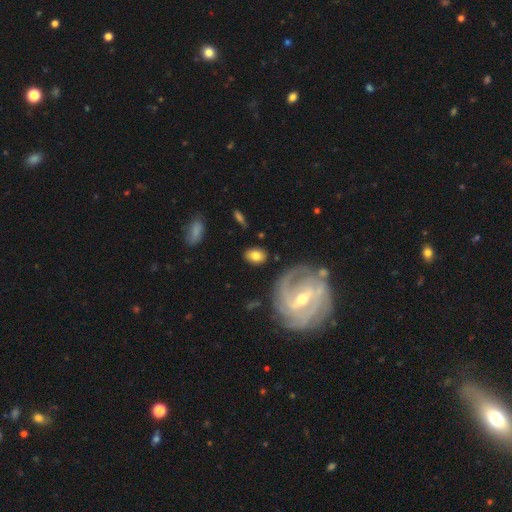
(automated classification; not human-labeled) Morphology: type=smooth (64%); roundness=in between (71%); merging=none (79%).